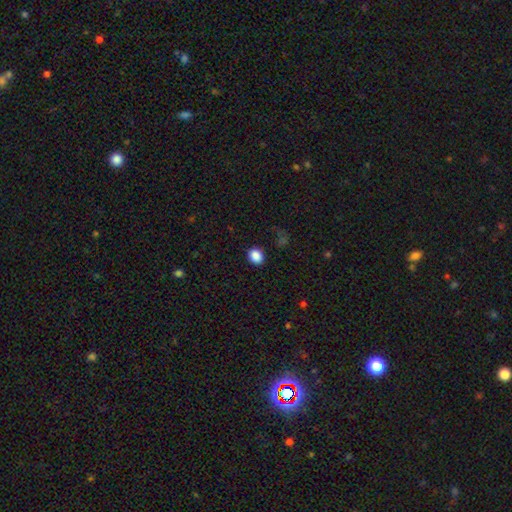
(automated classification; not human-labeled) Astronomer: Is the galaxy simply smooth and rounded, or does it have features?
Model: smooth — 87%.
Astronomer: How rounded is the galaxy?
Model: round — 52% (runner-up: in between, 47%).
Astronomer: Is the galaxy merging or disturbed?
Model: none — 85%.